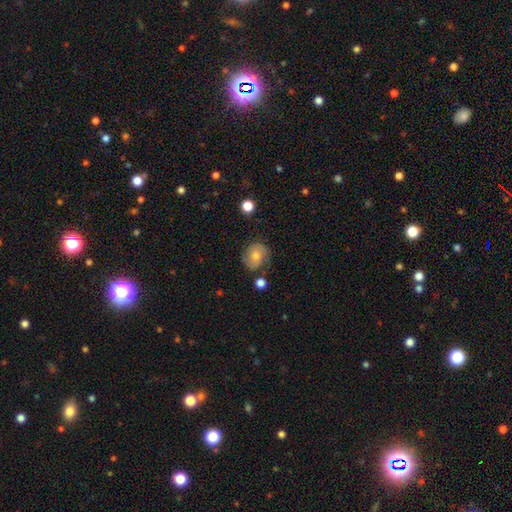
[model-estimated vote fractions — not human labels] Smooth or featured?
  - featured or disk: 55% *
  - smooth: 34%
  - star or artifact: 12%
Edge-on disk?
  - no: 97% *
  - yes: 3%
Bar?
  - no: 66% *
  - weak: 29%
  - strong: 5%
Spiral arms?
  - yes: 87% *
  - no: 13%
Bulge size?
  - moderate: 57% *
  - small: 33%
  - large: 5%
  - none: 3%
  - dominant: 1%
Merging?
  - none: 76% *
  - minor disturbance: 16%
  - major disturbance: 5%
  - merger: 3%